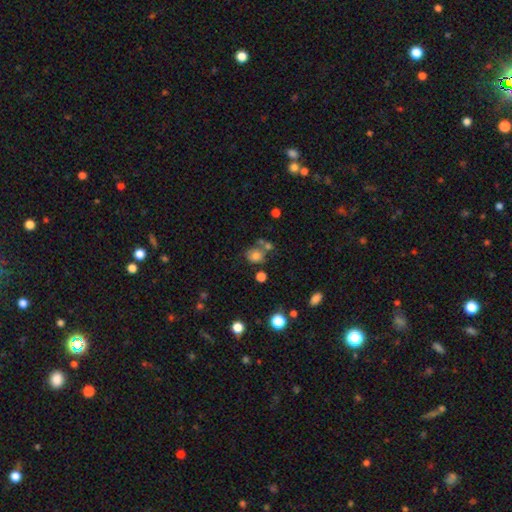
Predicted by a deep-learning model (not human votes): smooth 74%, star or artifact 14%, featured or disk 13%. Down the decision tree: how rounded — round (73%); merging — none (54%).